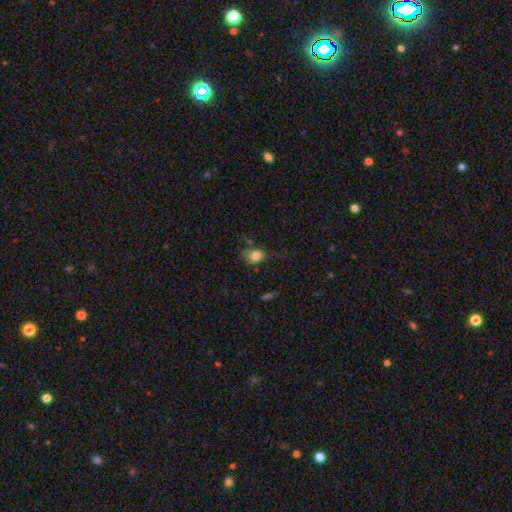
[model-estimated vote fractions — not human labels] Smooth or featured? Predicted: smooth (p=0.78). How rounded? Predicted: in between (p=0.59). Merging? Predicted: none (p=0.36).